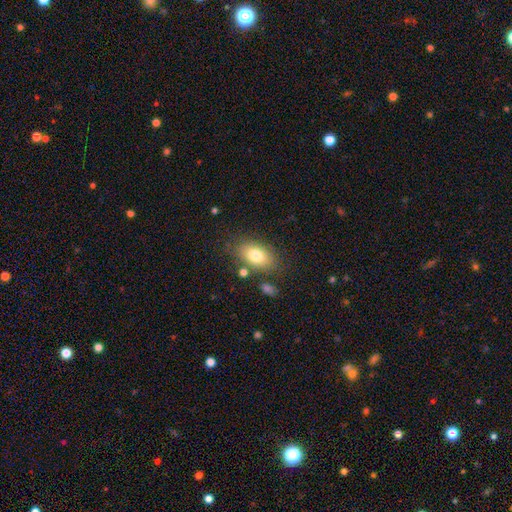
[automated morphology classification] Smooth or featured?
  - smooth: 77% *
  - featured or disk: 15%
  - star or artifact: 8%
How rounded?
  - in between: 88% *
  - round: 10%
  - cigar-shaped: 2%
Merging?
  - none: 75% *
  - minor disturbance: 14%
  - merger: 6%
  - major disturbance: 5%